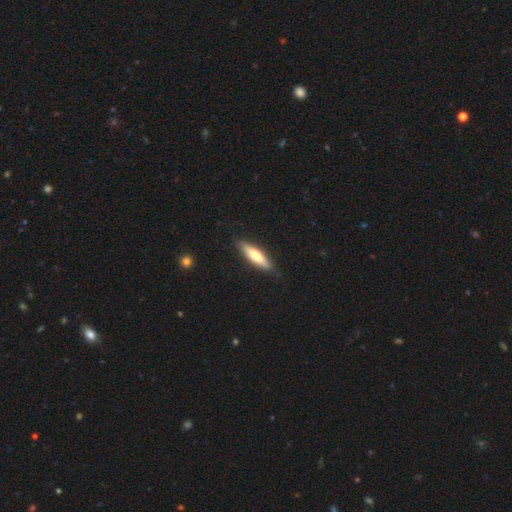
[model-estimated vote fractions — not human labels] This is likely a smooth galaxy (66%). How rounded: likely cigar-shaped (69%). Merging: clearly none (86%).